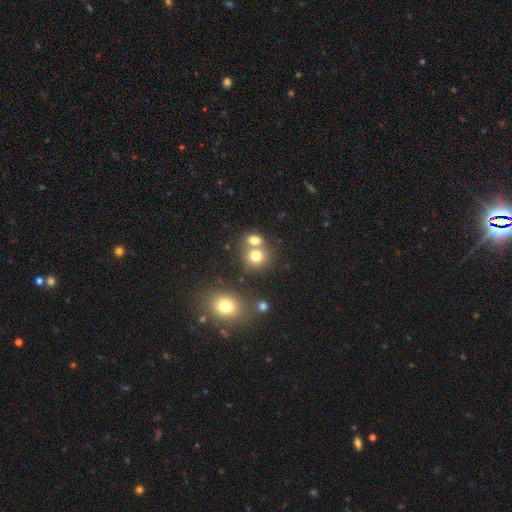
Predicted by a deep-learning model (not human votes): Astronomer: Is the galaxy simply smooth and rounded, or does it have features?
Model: smooth — 75%.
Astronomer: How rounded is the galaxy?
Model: round — 76%.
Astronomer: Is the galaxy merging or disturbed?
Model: none — 47% (runner-up: merger, 41%).